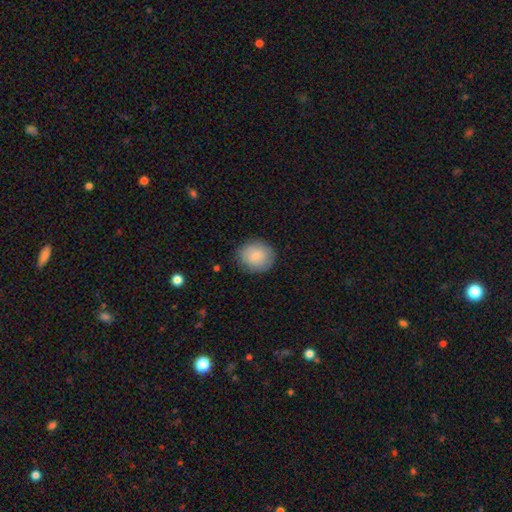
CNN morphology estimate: Q: Smooth or featured?
A: smooth (85%); runner-up: featured or disk (8%)
Q: How rounded?
A: round (75%); runner-up: in between (25%)
Q: Merging?
A: none (84%); runner-up: minor disturbance (12%)